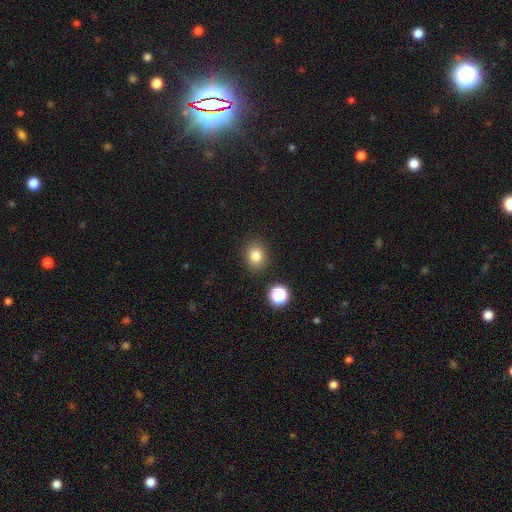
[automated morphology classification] smooth 81%, star or artifact 12%, featured or disk 6%. Down the decision tree: how rounded — round (65%); merging — none (86%).